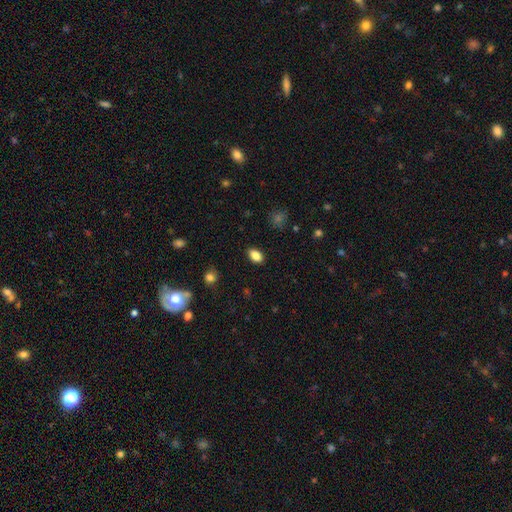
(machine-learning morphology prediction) smooth 87%, star or artifact 9%, featured or disk 4%. Down the decision tree: how rounded — in between (87%); merging — none (88%).